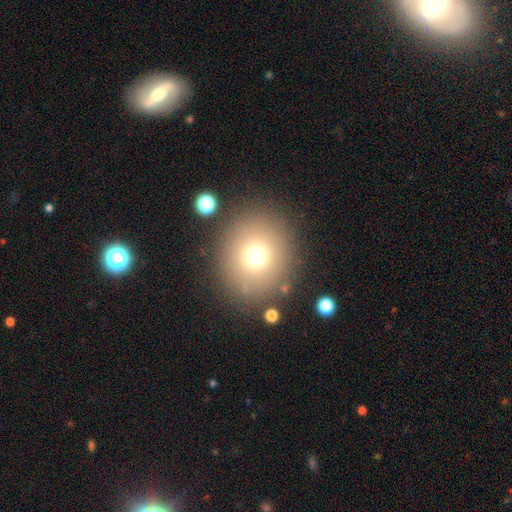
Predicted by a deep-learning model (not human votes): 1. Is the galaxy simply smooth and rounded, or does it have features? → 70% smooth, 19% star or artifact, 11% featured or disk.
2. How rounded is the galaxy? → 87% round, 12% in between, 1% cigar-shaped.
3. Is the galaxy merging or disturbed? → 85% none, 7% minor disturbance, 4% major disturbance, 4% merger.